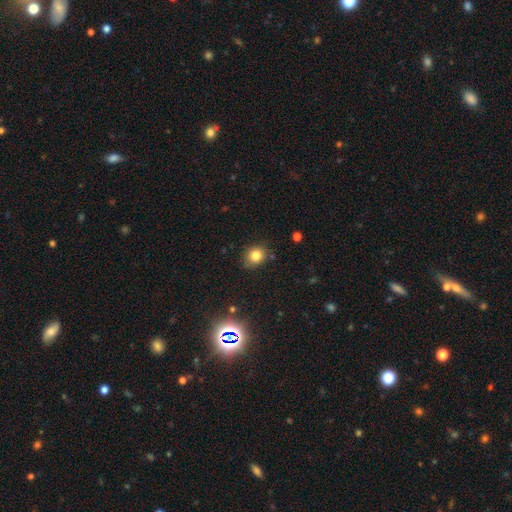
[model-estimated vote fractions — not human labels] Smooth or featured? smooth (81%)
How rounded? round (72%)
Merging? none (80%)